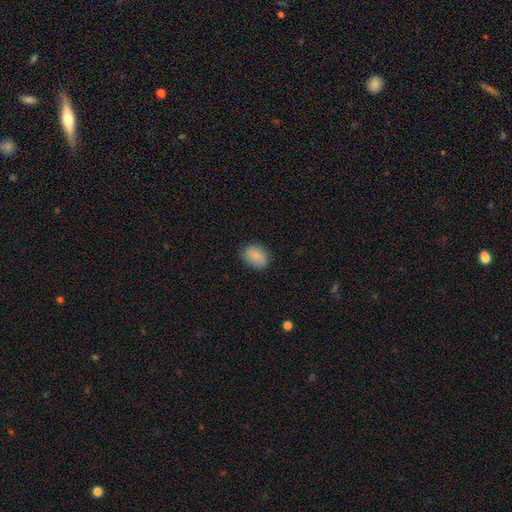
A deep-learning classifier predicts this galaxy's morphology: smooth_or_featured: smooth (p=0.81) [alt: featured or disk p=0.11]
how_rounded: in between (p=0.66) [alt: round p=0.32]
merging: none (p=0.78) [alt: minor disturbance p=0.17]